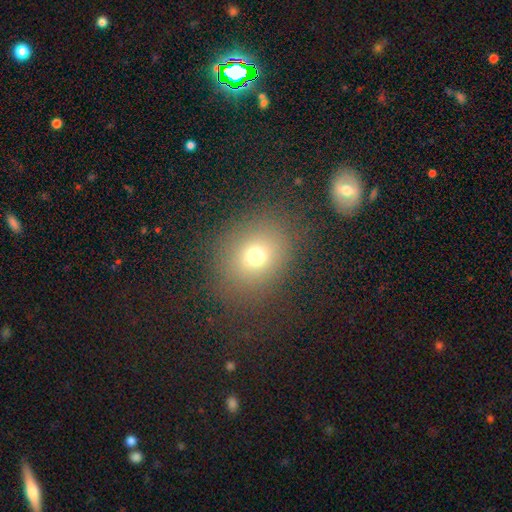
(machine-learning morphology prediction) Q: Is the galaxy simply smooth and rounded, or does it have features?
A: smooth — 68%.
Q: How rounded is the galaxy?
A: round — 65%.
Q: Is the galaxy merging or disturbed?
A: none — 77%.